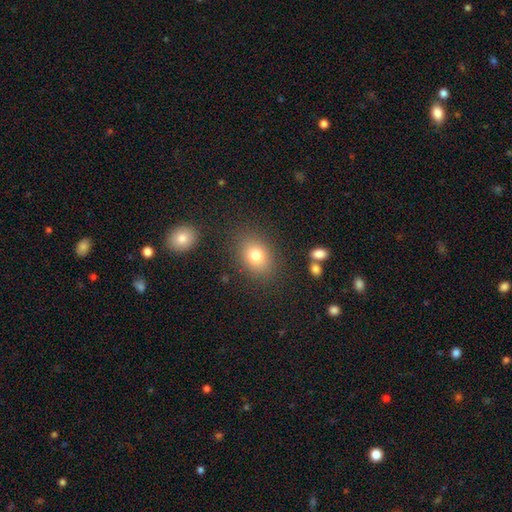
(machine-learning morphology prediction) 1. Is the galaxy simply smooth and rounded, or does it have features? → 78% smooth, 12% star or artifact, 10% featured or disk.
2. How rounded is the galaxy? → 58% in between, 40% round, 1% cigar-shaped.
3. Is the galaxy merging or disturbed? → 83% none, 11% minor disturbance, 4% major disturbance, 3% merger.